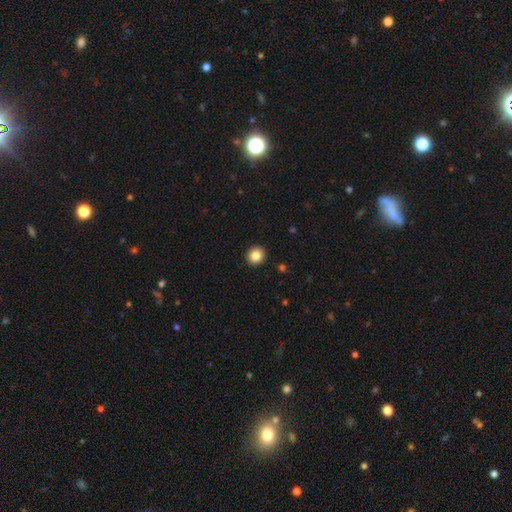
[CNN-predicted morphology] smooth-or-featured: smooth: 85% | star or artifact: 10% | featured or disk: 5%
  how-rounded: round: 86% | in between: 13% | cigar-shaped: 1%
  merging: none: 92% | minor disturbance: 5% | major disturbance: 2% | merger: 1%